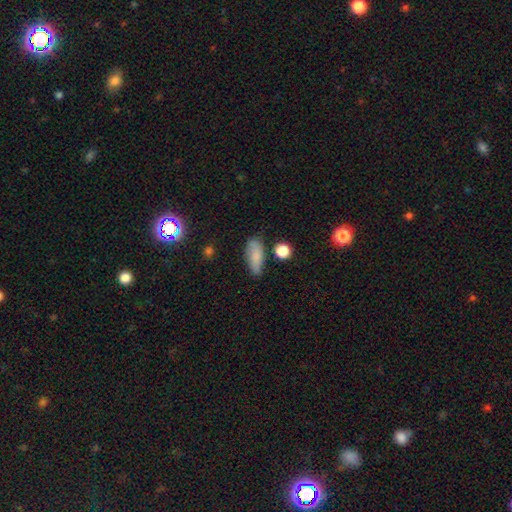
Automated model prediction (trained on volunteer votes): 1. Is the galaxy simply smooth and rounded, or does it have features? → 77% smooth, 13% featured or disk, 10% star or artifact.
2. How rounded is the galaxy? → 74% in between, 21% cigar-shaped, 5% round.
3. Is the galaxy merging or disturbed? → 68% none, 23% minor disturbance, 5% major disturbance, 5% merger.